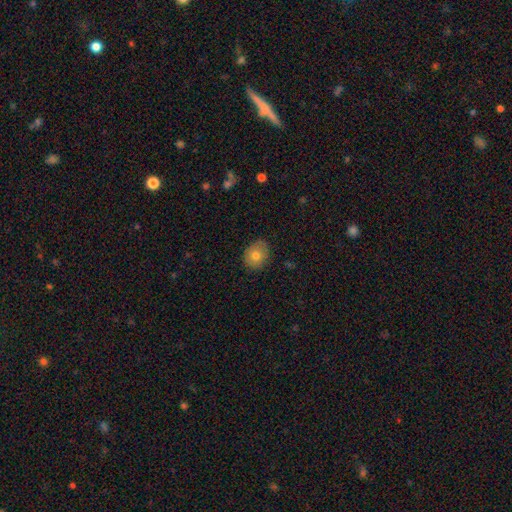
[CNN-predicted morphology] This is likely a smooth galaxy (75%). How rounded: likely round (63%). Merging: clearly none (84%).